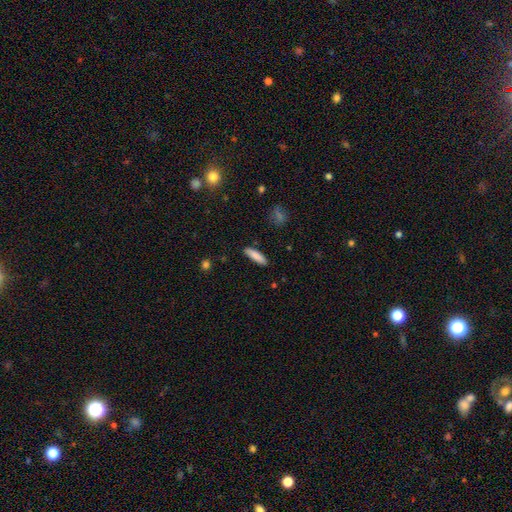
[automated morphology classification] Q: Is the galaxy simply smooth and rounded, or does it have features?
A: smooth — 86%.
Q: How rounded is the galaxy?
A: cigar-shaped — 66%.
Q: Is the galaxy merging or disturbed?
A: none — 87%.